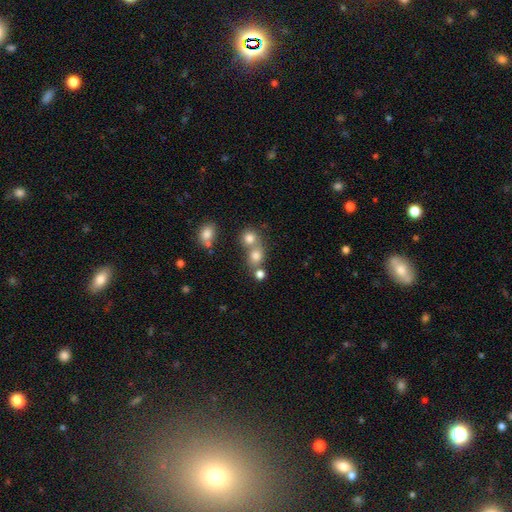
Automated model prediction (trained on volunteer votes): Q: Smooth or featured?
A: smooth (75%); runner-up: star or artifact (15%)
Q: How rounded?
A: round (77%); runner-up: in between (21%)
Q: Merging?
A: none (46%); runner-up: merger (44%)